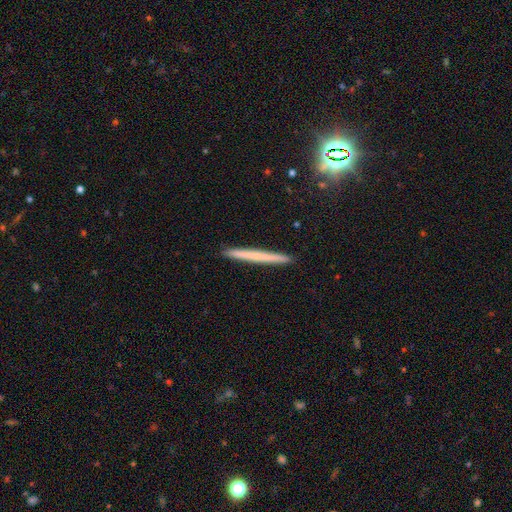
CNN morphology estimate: Smooth or featured: smooth — 55% (featured or disk — 36%)
How rounded: cigar-shaped — 97% (in between — 2%)
Merging: none — 93% (minor disturbance — 5%)